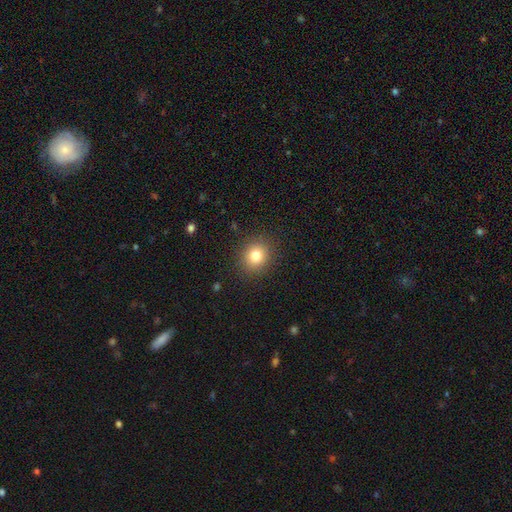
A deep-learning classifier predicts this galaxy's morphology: type=smooth (80%); roundness=round (82%); merging=none (89%).